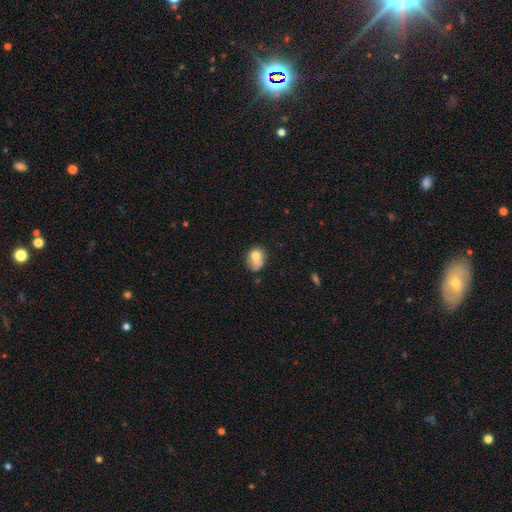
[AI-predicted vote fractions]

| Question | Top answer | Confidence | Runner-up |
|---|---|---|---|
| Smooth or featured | smooth | 72% | featured or disk (18%) |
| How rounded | in between | 54% | round (45%) |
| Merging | none | 42% | minor disturbance (34%) |